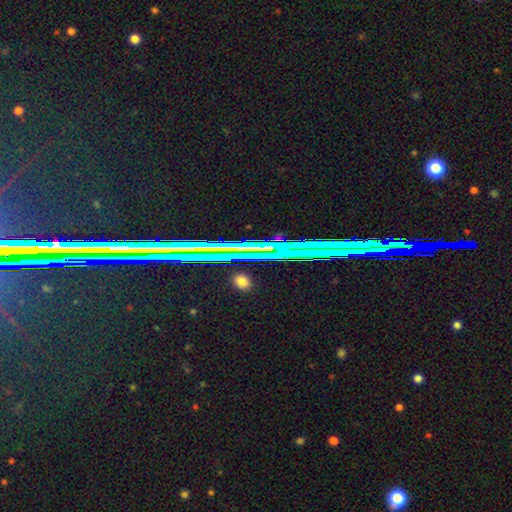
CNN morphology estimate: Smooth or featured: star or artifact — 65% (featured or disk — 18%)